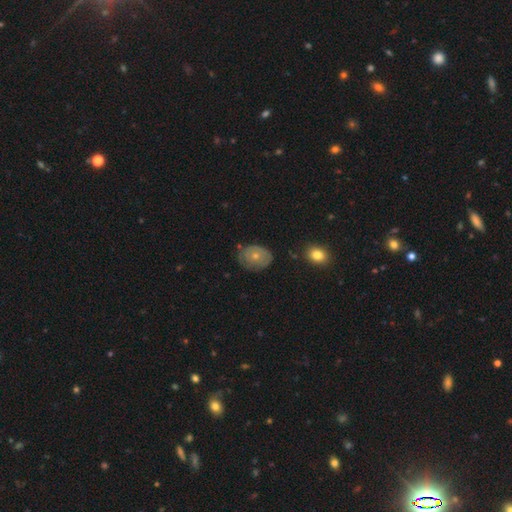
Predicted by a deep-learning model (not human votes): A smooth galaxy with no disk features (47%). Merging: none (64%).